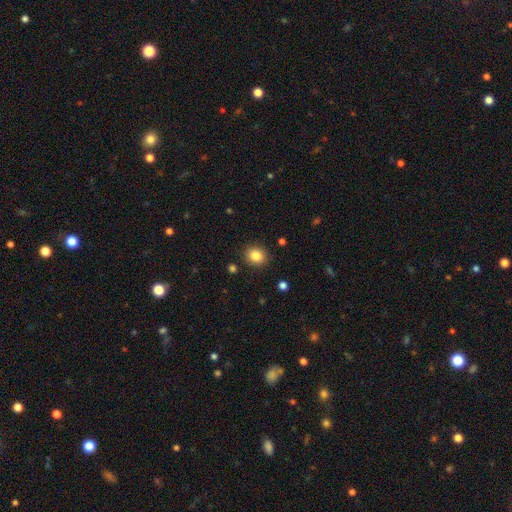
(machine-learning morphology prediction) A smooth galaxy with no disk features (85%) that is round (70%). Merging: none (88%).